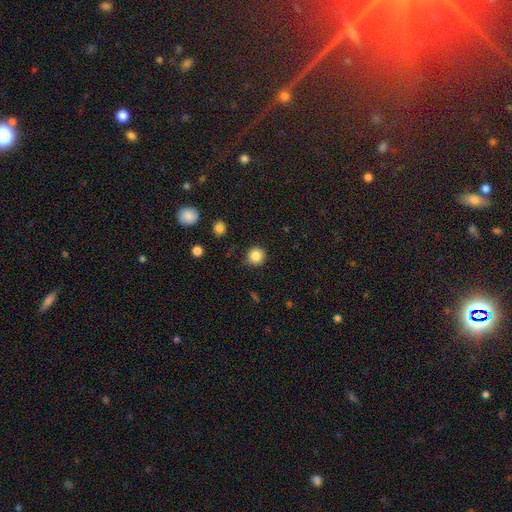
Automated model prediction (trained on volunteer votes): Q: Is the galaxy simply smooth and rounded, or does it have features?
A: smooth — 85%.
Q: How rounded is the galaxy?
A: round — 94%.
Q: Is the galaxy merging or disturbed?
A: none — 88%.